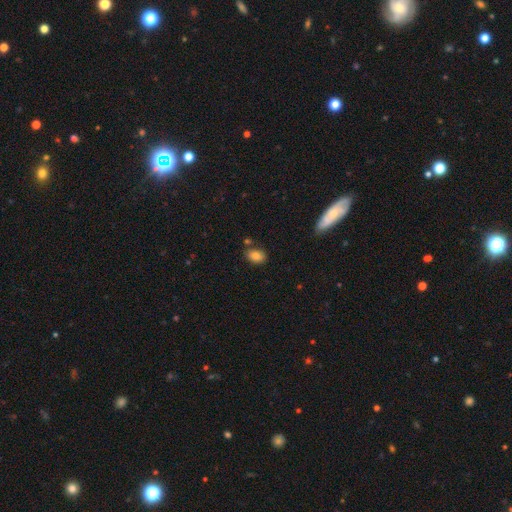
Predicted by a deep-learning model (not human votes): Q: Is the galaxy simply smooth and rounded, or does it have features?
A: smooth — 83%.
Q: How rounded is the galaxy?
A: in between — 81%.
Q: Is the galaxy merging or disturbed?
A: none — 76%.